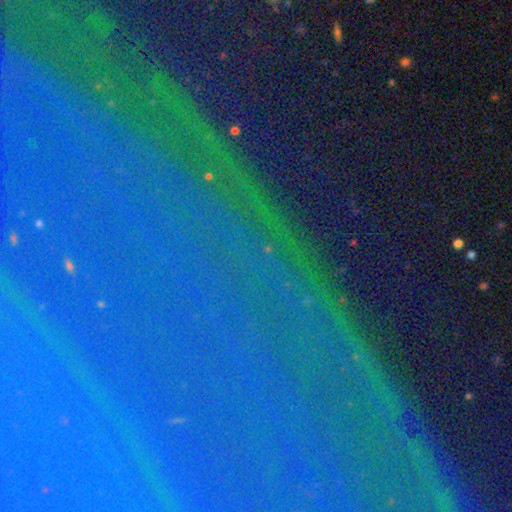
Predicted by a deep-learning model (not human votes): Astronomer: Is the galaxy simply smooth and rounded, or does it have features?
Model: star or artifact — 85%.